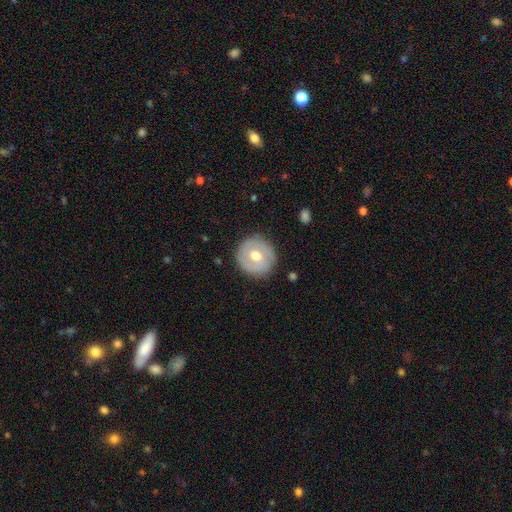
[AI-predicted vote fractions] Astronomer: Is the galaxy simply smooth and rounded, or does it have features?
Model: smooth — 49% (runner-up: featured or disk, 45%).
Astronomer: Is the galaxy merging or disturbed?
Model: none — 85%.